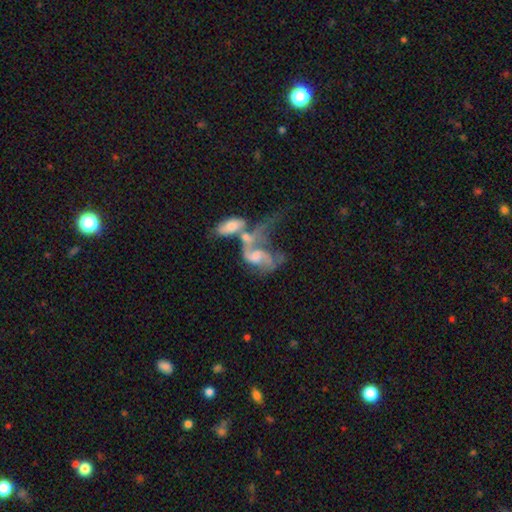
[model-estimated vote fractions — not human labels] Morphology: type=featured or disk (76%); edge-on=no (96%); bar=no (52%); spiral arms=yes (86%); winding=loose (59%); arm count=2 (69%); bulge=moderate (41%); merging=merger (61%).